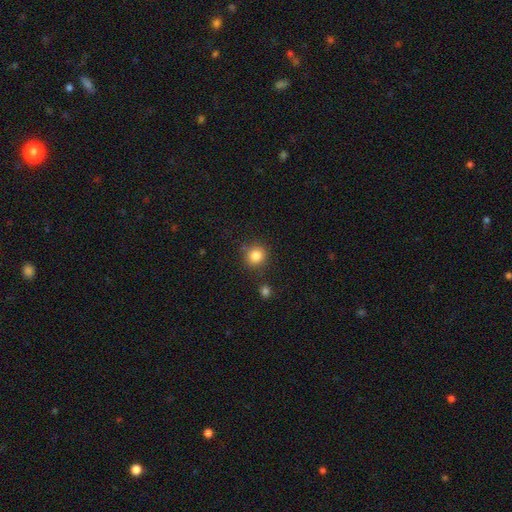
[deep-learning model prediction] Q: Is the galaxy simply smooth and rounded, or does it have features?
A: smooth — 84%.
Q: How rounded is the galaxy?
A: round — 89%.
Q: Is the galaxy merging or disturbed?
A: none — 81%.